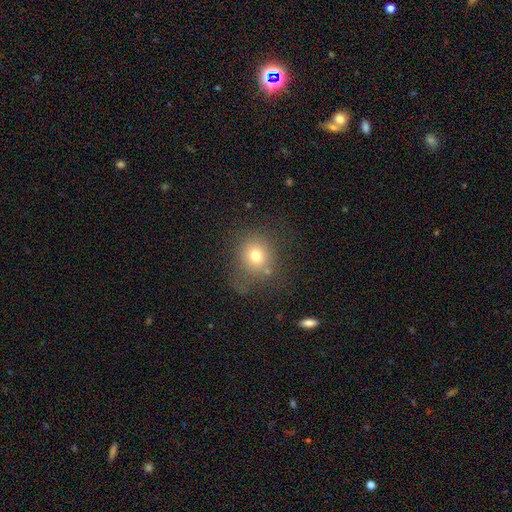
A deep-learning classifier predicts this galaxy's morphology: A smooth galaxy with no disk features (72%) that is round (78%).

Vote fractions:
- Smooth or featured? smooth: 72% / star or artifact: 15% / featured or disk: 13%
- How rounded? round: 78% / in between: 22% / cigar-shaped: 1%
- Merging? none: 63% / minor disturbance: 19% / major disturbance: 13% / merger: 5%